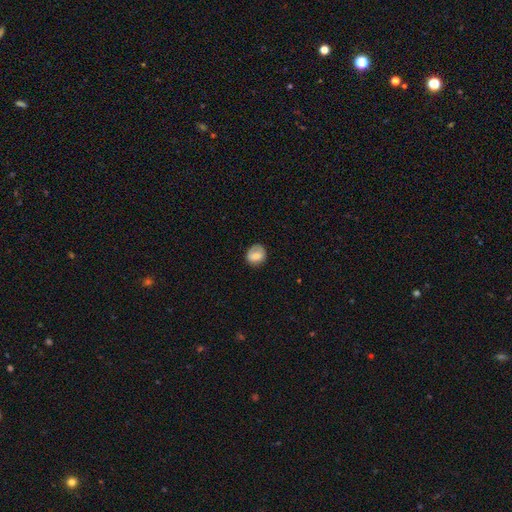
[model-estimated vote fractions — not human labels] Smooth or featured: smooth — 74% (featured or disk — 18%)
How rounded: round — 75% (in between — 24%)
Merging: none — 71% (minor disturbance — 20%)